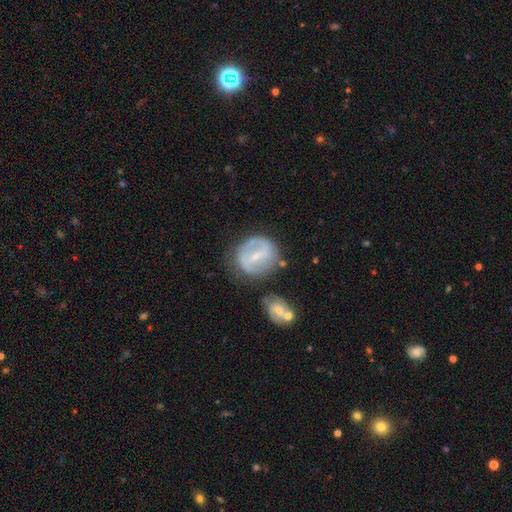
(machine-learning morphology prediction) Smooth or featured? featured or disk (66%)
Edge-on disk? no (95%)
Bar? strong (44%)
Spiral arms? yes (62%)
Bulge size? small (67%)
Merging? none (62%)